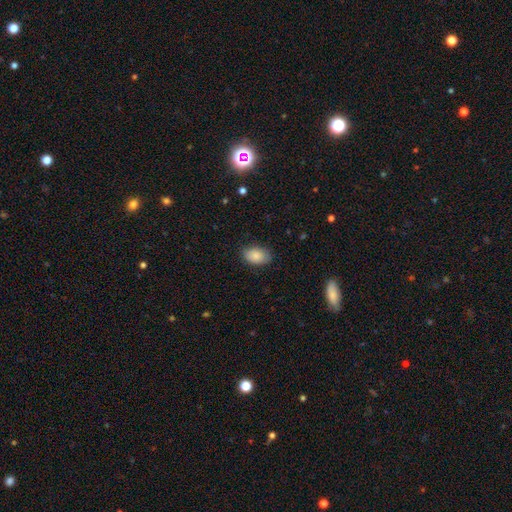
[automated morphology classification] This is clearly a smooth galaxy (87%). How rounded: clearly in between (89%). Merging: clearly none (81%).